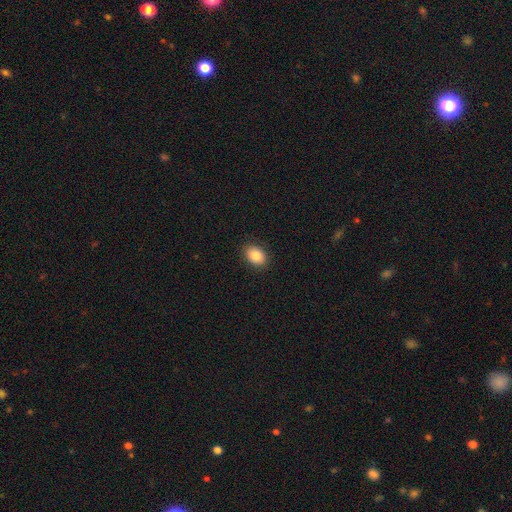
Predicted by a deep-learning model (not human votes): This appears to be a smooth galaxy with no disk features (84%) that is in between round and cigar-shaped (75%). Merging: none (90%).